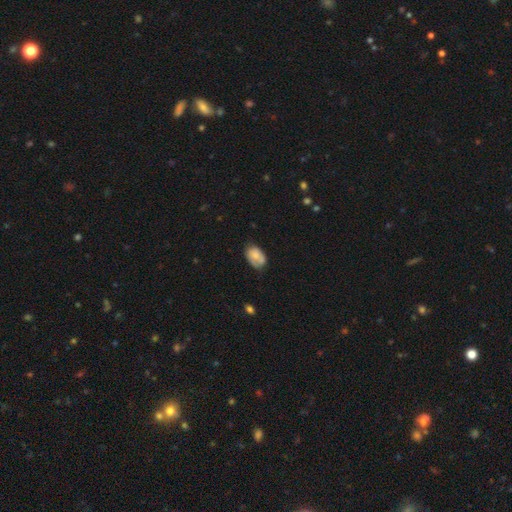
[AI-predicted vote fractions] This is likely a smooth galaxy (69%). How rounded: clearly in between (85%). Merging: possibly none (49%).